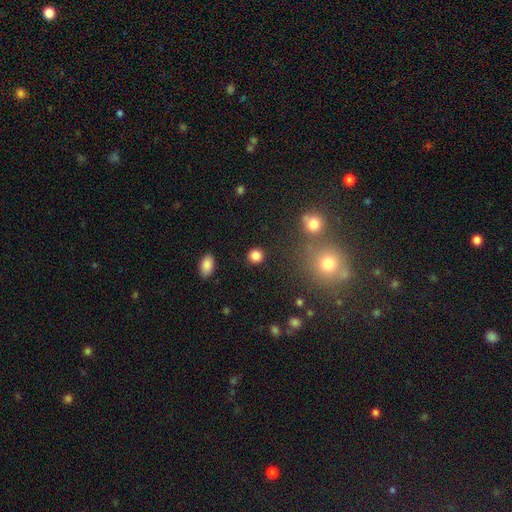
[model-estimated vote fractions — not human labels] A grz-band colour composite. It shows a smooth galaxy with no disk features (85%) that is round (86%). Merging: none (88%).